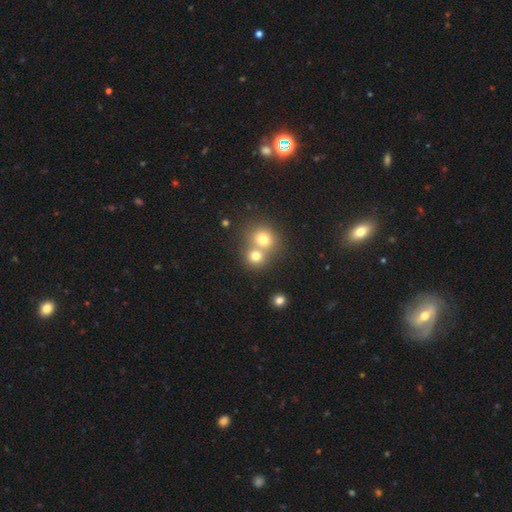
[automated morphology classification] Overall: smooth (74%). How rounded: round (83%). Merging: merger (52%; none 40%).